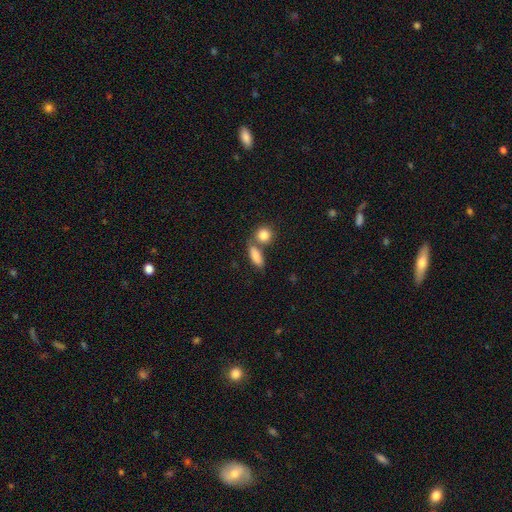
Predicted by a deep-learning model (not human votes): Q: Smooth or featured?
A: smooth (85%); runner-up: featured or disk (8%)
Q: How rounded?
A: in between (72%); runner-up: cigar-shaped (19%)
Q: Merging?
A: none (50%); runner-up: merger (34%)